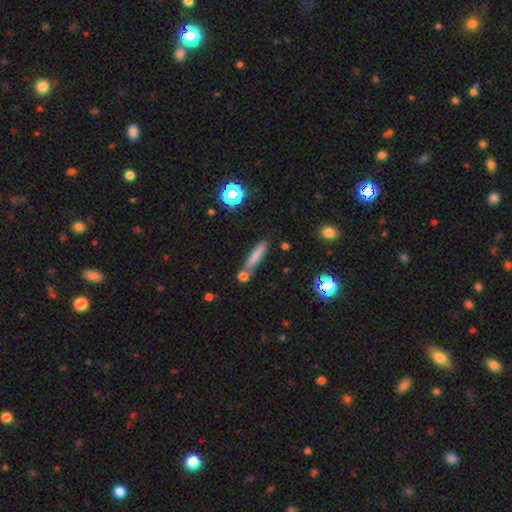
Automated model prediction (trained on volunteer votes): Overall: smooth (74%). How rounded: cigar-shaped (86%). Merging: none (69%).